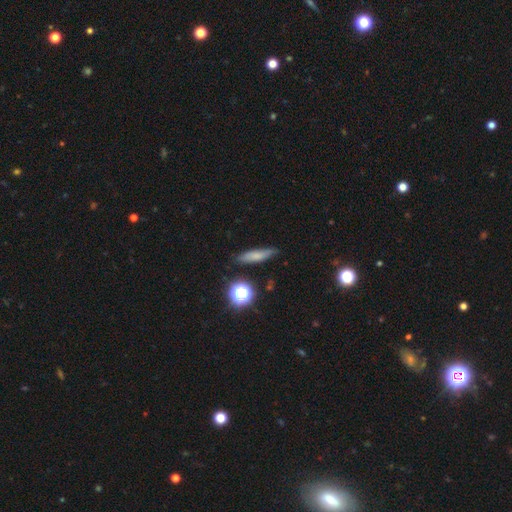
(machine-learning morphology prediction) Q: Smooth or featured?
A: smooth (69%); runner-up: featured or disk (18%)
Q: How rounded?
A: cigar-shaped (69%); runner-up: in between (23%)
Q: Merging?
A: none (81%); runner-up: minor disturbance (14%)